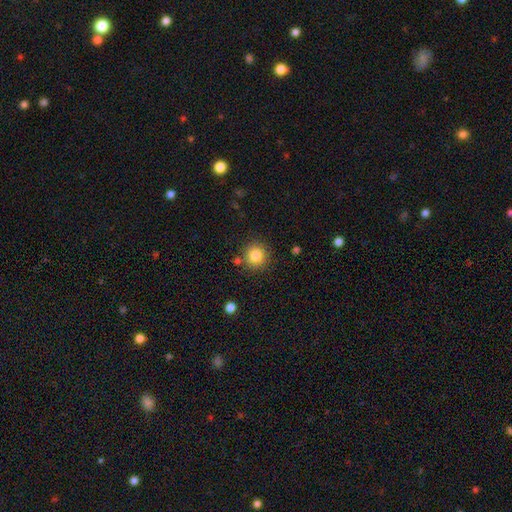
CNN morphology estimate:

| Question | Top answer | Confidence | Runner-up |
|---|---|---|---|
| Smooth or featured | smooth | 84% | star or artifact (10%) |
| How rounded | round | 92% | in between (7%) |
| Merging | none | 84% | minor disturbance (9%) |